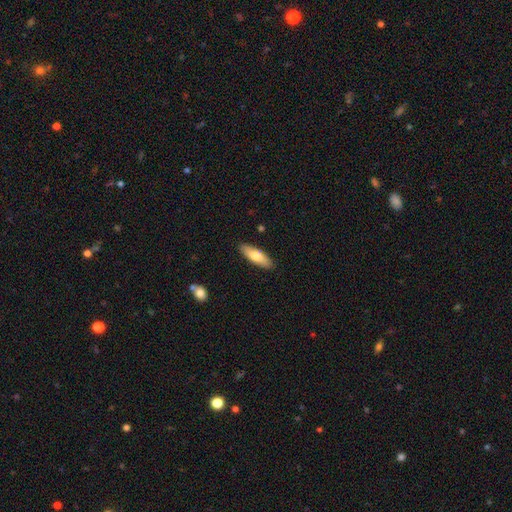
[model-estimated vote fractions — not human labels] A smooth galaxy with no disk features (73%) that is in between round and cigar-shaped (51%). Merging: none (88%).